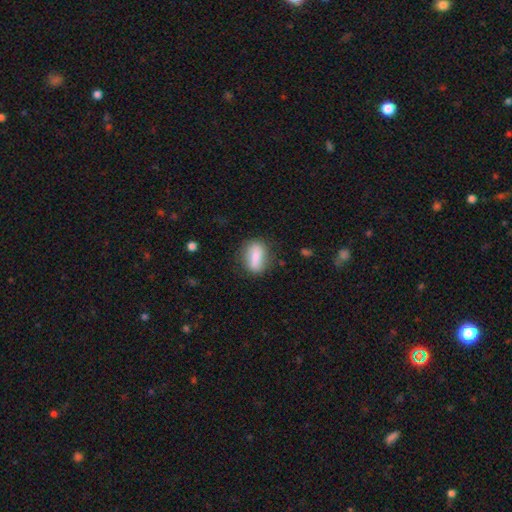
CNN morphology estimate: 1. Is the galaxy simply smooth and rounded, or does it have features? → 74% smooth, 19% featured or disk, 7% star or artifact.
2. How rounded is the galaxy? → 74% in between, 15% round, 11% cigar-shaped.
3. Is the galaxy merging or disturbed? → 75% none, 16% minor disturbance, 5% major disturbance, 3% merger.